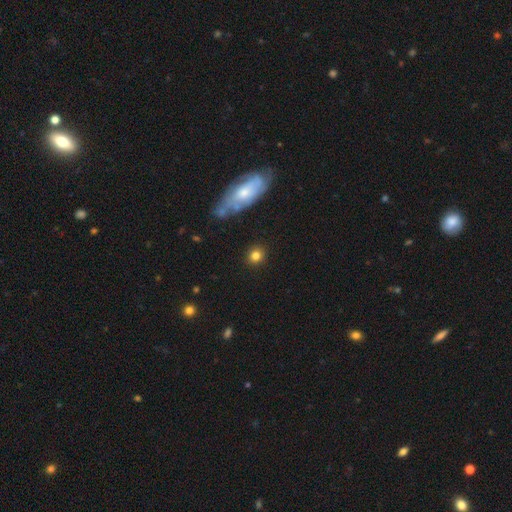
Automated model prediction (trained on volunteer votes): A smooth galaxy with no disk features (82%) that is round (85%). Merging: none (88%).